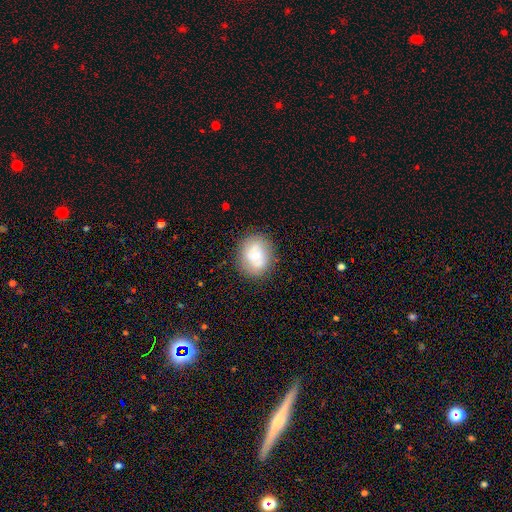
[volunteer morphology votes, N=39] This appears to be a smooth galaxy with no disk features (56%) that is round (73%). Merging: none (76%).